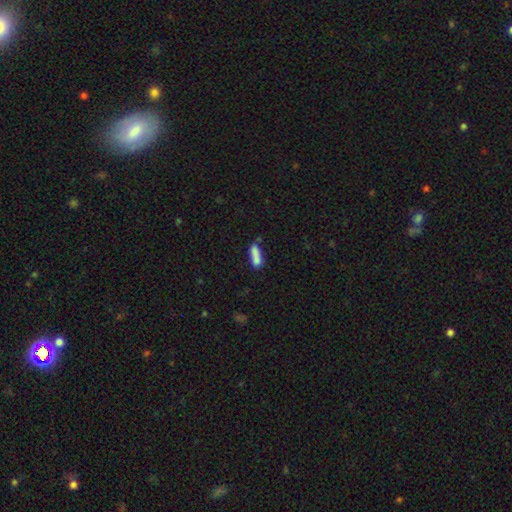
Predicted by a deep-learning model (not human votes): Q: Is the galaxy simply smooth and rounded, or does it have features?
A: smooth — 80%.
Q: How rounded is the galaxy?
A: cigar-shaped — 55%.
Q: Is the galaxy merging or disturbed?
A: none — 50%.